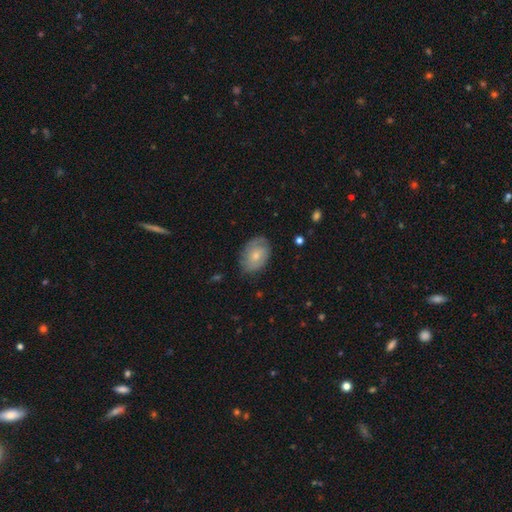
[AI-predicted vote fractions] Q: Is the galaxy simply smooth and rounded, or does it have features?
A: smooth — 54%.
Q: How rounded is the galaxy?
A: in between — 79%.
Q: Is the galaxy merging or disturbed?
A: none — 72%.